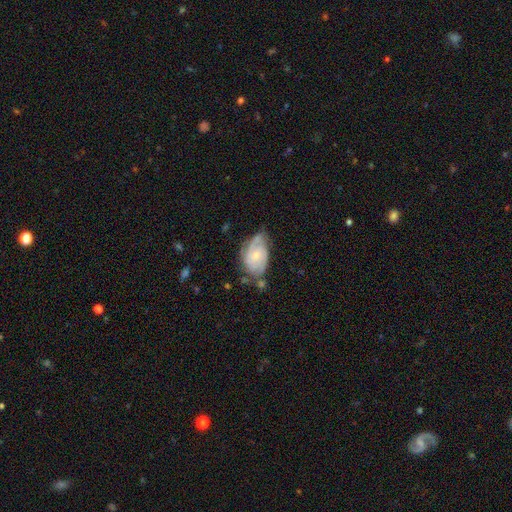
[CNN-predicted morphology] The model was most divided on "spiral arm count": 2: 43%, can't tell: 30%, 3: 14%, 1: 6%, 4: 3%, more than 4: 3%. More confident: edge-on disk — no (96%); spiral arms — yes (89%); smooth or featured — featured or disk (70%); bar — no (68%); bulge size — small (66%); spiral winding — tight (53%); merging — none (52%).